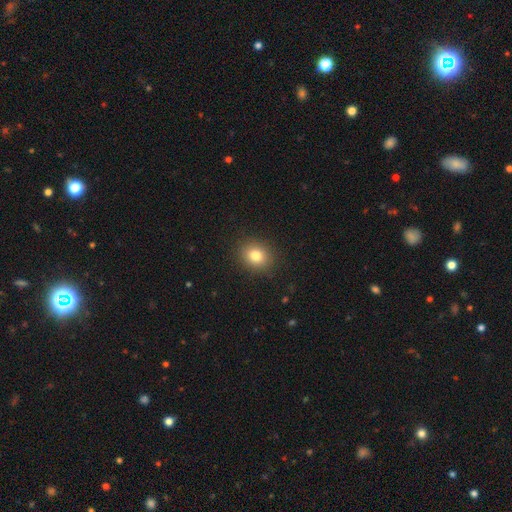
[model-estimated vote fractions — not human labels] Q: Smooth or featured?
A: smooth (81%); runner-up: star or artifact (12%)
Q: How rounded?
A: round (65%); runner-up: in between (34%)
Q: Merging?
A: none (89%); runner-up: minor disturbance (7%)